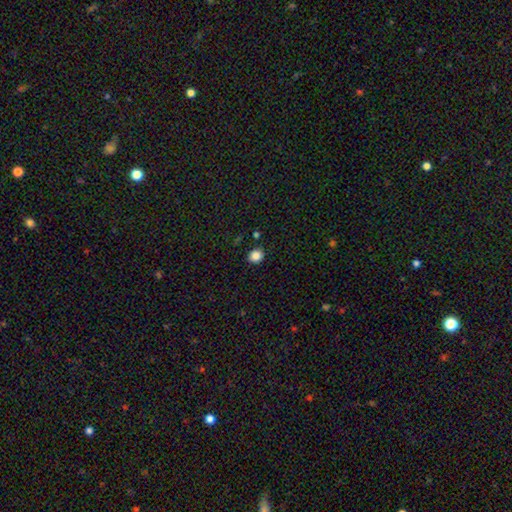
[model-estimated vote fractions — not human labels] Q: Smooth or featured?
A: smooth (85%); runner-up: star or artifact (11%)
Q: How rounded?
A: round (75%); runner-up: in between (24%)
Q: Merging?
A: none (88%); runner-up: minor disturbance (7%)